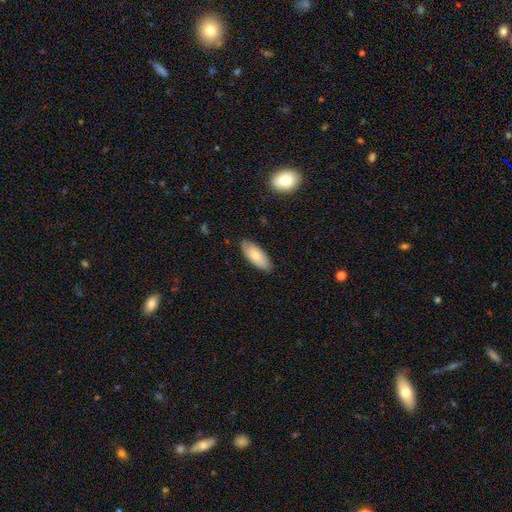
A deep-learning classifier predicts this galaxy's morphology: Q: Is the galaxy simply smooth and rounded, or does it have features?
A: smooth — 75%.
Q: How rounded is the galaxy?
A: in between — 85%.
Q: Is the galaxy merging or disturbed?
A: none — 84%.